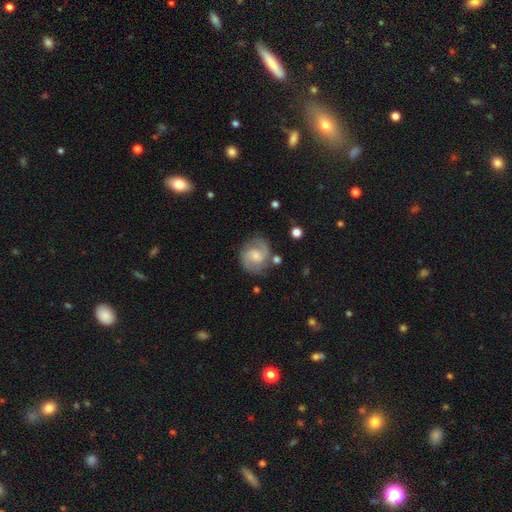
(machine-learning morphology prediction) This appears to be a featured or disk galaxy (79%) with no bar (47%), 2 (88%) medium (53%) spiral arms (95%) and a small central bulge (52%). Merging: none (74%).